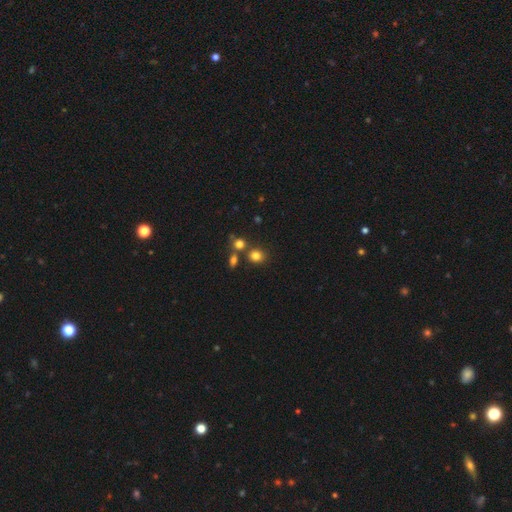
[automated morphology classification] A smooth galaxy with no disk features (79%) that is round (74%).

Vote fractions:
- Smooth or featured? smooth: 79% / star or artifact: 14% / featured or disk: 7%
- How rounded? round: 74% / in between: 25% / cigar-shaped: 1%
- Merging? none: 68% / merger: 19% / minor disturbance: 9% / major disturbance: 4%